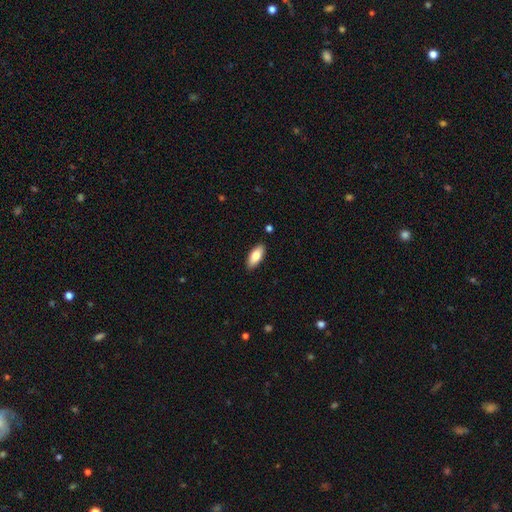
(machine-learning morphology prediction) This appears to be a smooth galaxy with no disk features (80%) that is in between round and cigar-shaped (85%). Merging: none (89%).